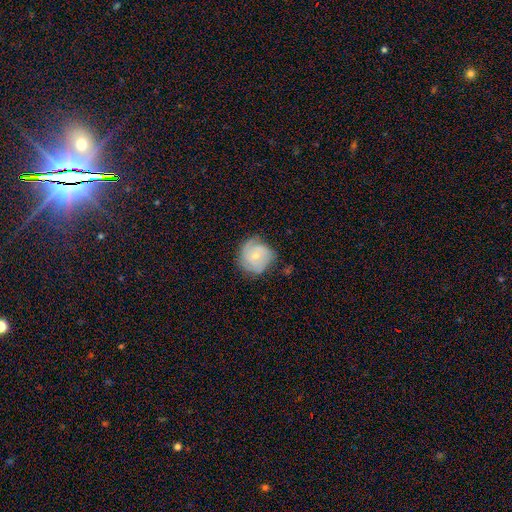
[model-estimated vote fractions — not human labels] featured or disk 57%, smooth 36%, star or artifact 7%. Down the decision tree: edge-on disk — no (98%); bar — no (76%); spiral arms — yes (83%); bulge size — small (61%); merging — none (65%).